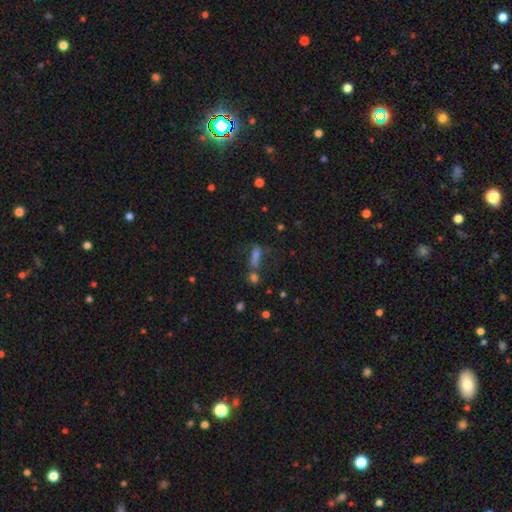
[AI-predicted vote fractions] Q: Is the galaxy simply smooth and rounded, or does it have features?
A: smooth — 50%.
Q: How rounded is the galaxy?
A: cigar-shaped — 47%.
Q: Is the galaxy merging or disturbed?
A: none — 42%.